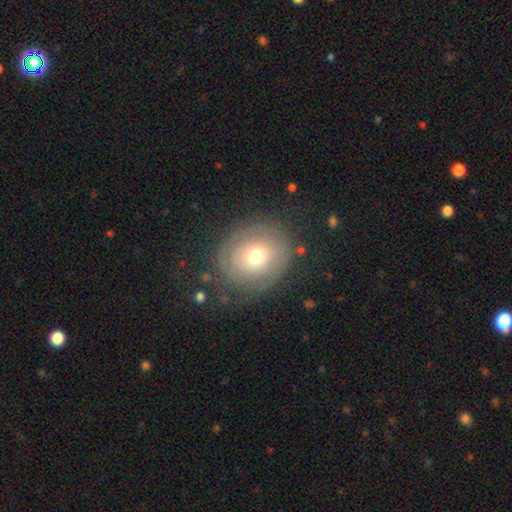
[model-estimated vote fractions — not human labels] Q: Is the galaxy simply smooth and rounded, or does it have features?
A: featured or disk — 47%.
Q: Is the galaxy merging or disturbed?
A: none — 74%.